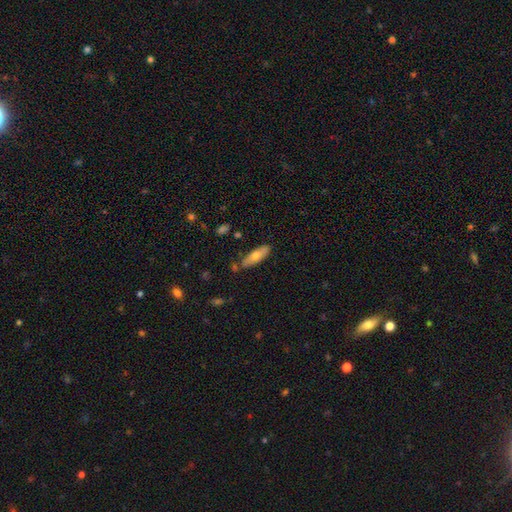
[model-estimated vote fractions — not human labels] Q: Smooth or featured?
A: smooth (63%); runner-up: featured or disk (30%)
Q: How rounded?
A: cigar-shaped (50%); runner-up: in between (48%)
Q: Merging?
A: none (78%); runner-up: minor disturbance (16%)